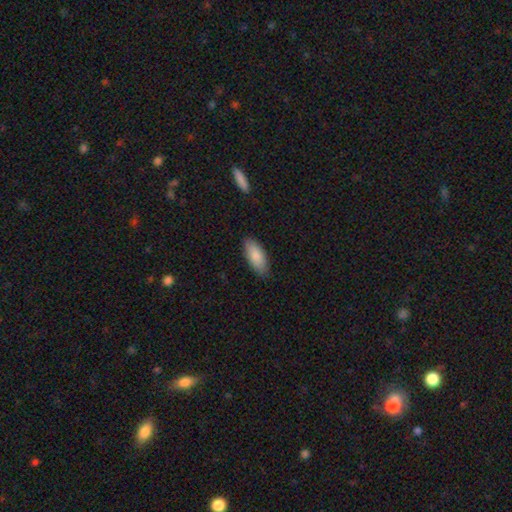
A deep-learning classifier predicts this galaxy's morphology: smooth 87%, featured or disk 7%, star or artifact 6%. Down the decision tree: how rounded — in between (85%); merging — none (85%).